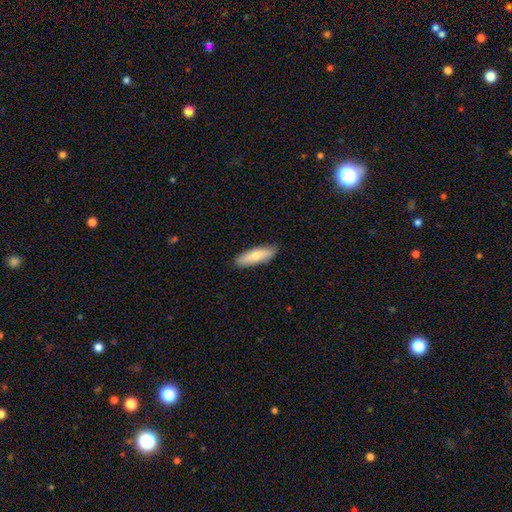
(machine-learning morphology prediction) This is likely a smooth galaxy (75%). How rounded: possibly cigar-shaped (53%). Merging: clearly none (87%).